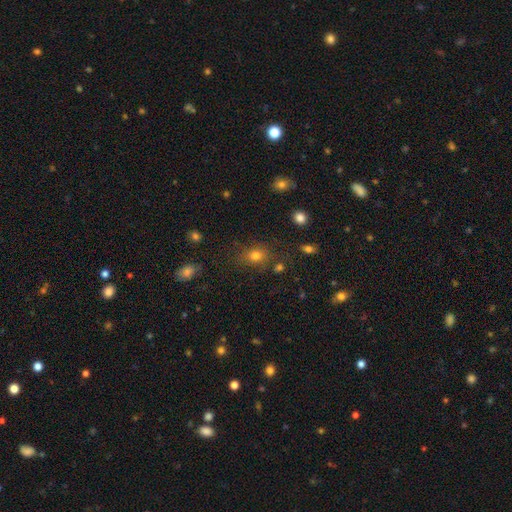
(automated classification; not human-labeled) smooth_or_featured: smooth (p=0.76) [alt: star or artifact p=0.16]
how_rounded: round (p=0.54) [alt: in between p=0.44]
merging: none (p=0.72) [alt: minor disturbance p=0.16]